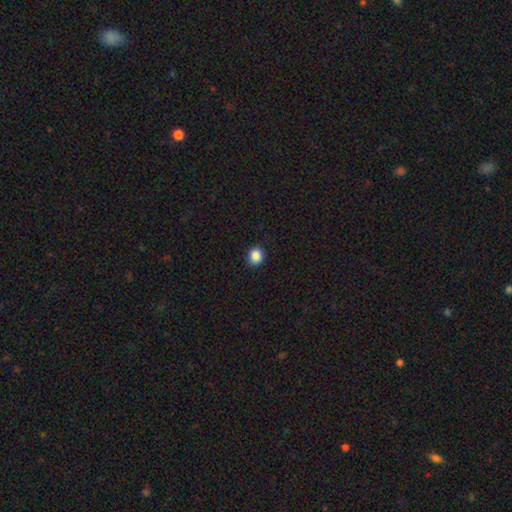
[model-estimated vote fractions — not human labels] Morphology: type=smooth (87%); roundness=round (74%); merging=none (90%).